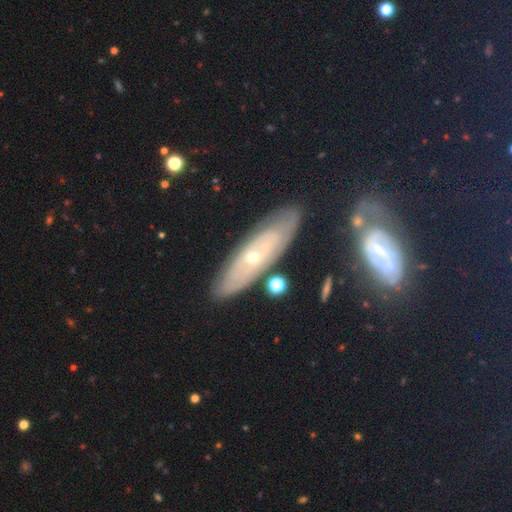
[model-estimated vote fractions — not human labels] Smooth or featured: featured or disk — 71% (smooth — 21%)
Edge-on disk: no — 73% (yes — 27%)
Bar: no — 78% (weak — 17%)
Spiral arms: yes — 70% (no — 30%)
Bulge size: small — 67% (moderate — 30%)
Merging: none — 79% (minor disturbance — 14%)